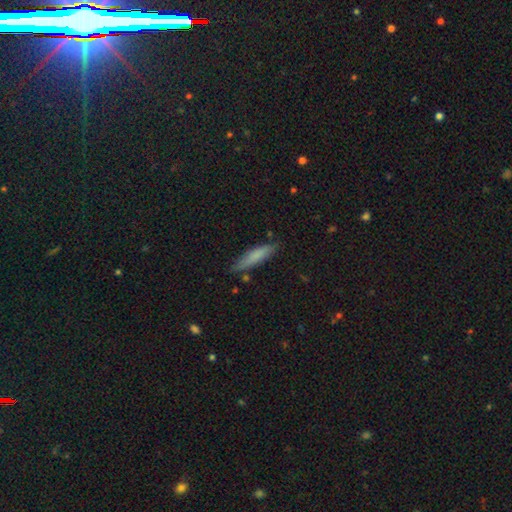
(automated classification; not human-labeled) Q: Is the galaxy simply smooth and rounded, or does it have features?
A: smooth — 77%.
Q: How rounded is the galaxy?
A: cigar-shaped — 80%.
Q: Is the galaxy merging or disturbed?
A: none — 79%.